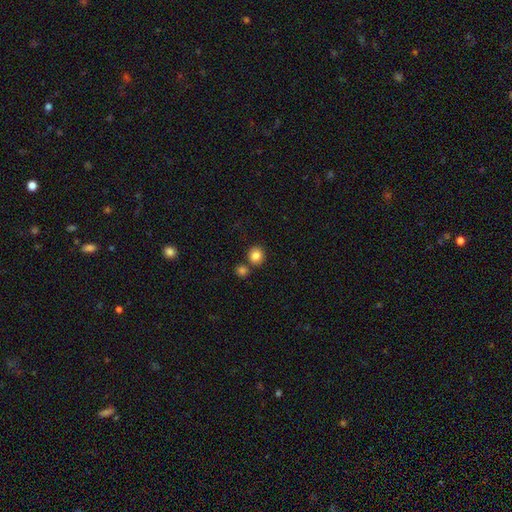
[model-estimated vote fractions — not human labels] Smooth or featured?
  - smooth: 85% *
  - star or artifact: 10%
  - featured or disk: 5%
How rounded?
  - round: 86% *
  - in between: 13%
  - cigar-shaped: 1%
Merging?
  - none: 74% *
  - merger: 16%
  - minor disturbance: 8%
  - major disturbance: 2%